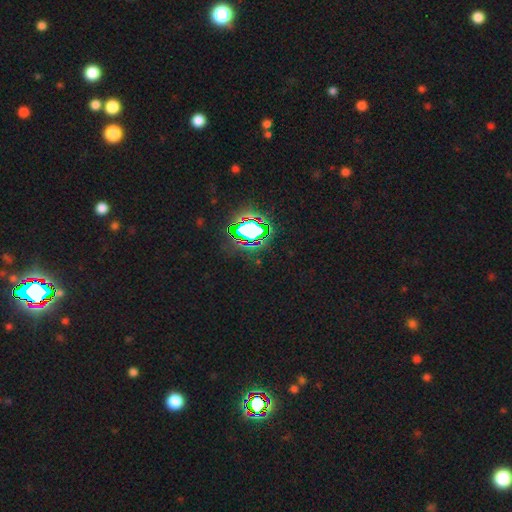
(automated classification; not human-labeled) star or artifact 82%, smooth 11%, featured or disk 7%.